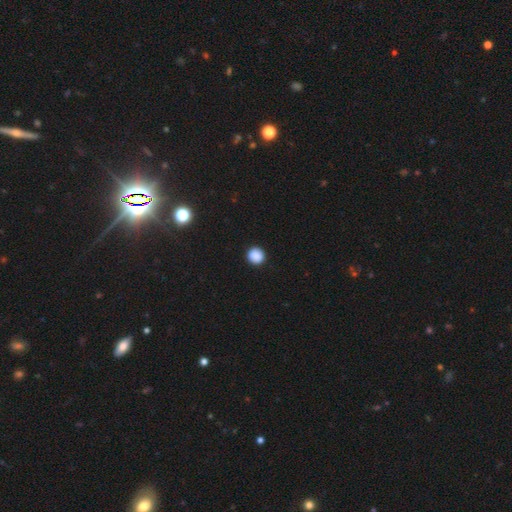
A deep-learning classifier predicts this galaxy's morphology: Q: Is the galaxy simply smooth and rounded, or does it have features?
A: smooth — 88%.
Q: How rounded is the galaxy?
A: round — 94%.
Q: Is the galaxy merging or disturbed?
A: none — 93%.